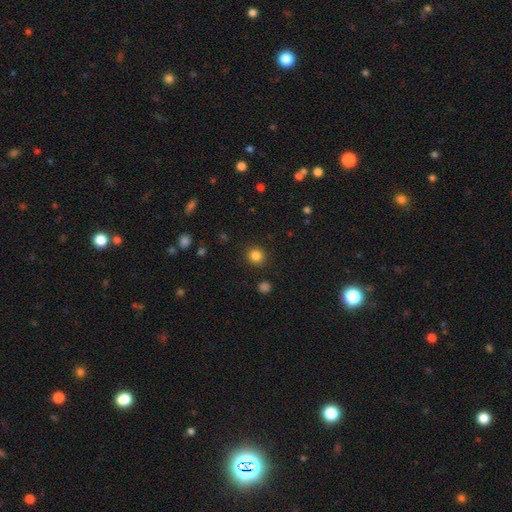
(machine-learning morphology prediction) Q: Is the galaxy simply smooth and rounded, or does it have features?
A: smooth — 84%.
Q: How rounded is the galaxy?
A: round — 88%.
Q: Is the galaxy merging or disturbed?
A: none — 90%.